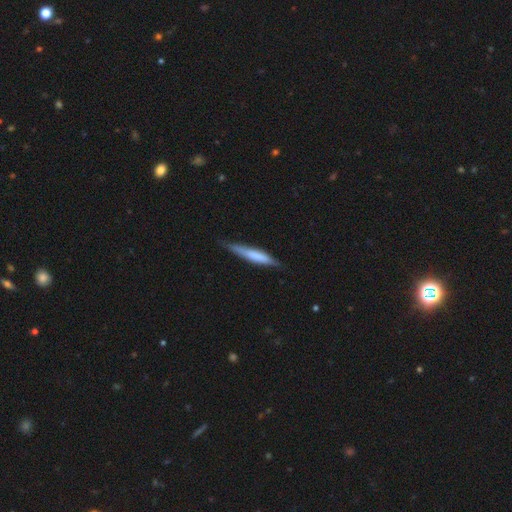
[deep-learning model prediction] Smooth or featured? Predicted: smooth (p=0.61). How rounded? Predicted: cigar-shaped (p=0.92). Merging? Predicted: none (p=0.82).